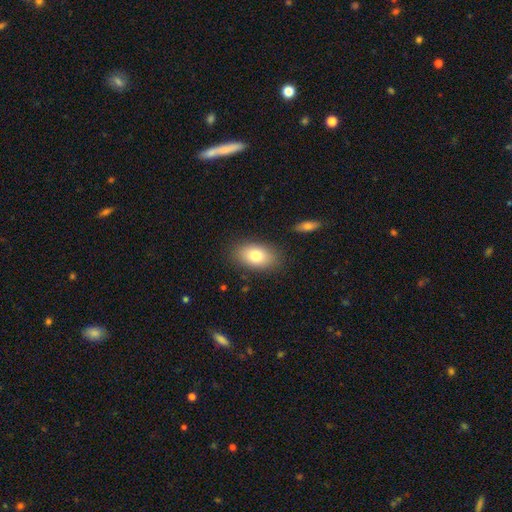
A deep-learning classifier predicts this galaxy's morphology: Smooth or featured: smooth — 78% (featured or disk — 14%)
How rounded: in between — 90% (round — 8%)
Merging: none — 85% (minor disturbance — 10%)